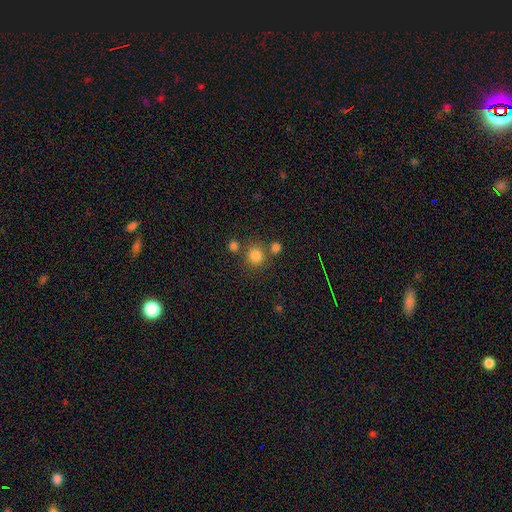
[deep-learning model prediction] Overall: smooth (81%). How rounded: round (91%). Merging: none (72%).